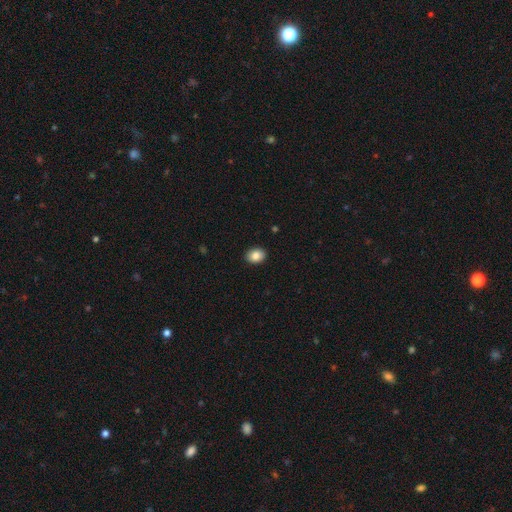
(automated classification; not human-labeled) Smooth or featured? smooth (85%)
How rounded? in between (63%)
Merging? none (91%)